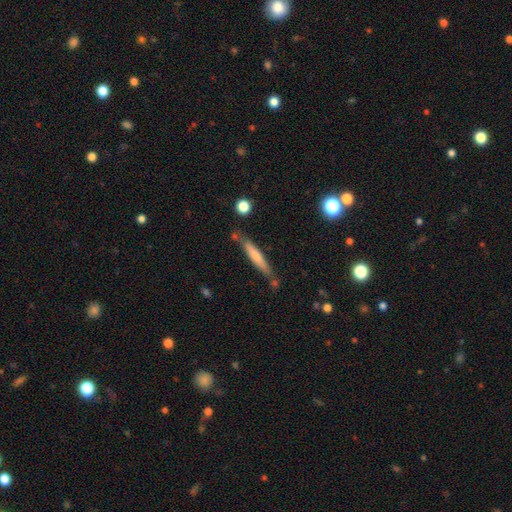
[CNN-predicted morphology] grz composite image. It shows a smooth galaxy with no disk features (62%) that is cigar-shaped (93%). Merging: none (75%).